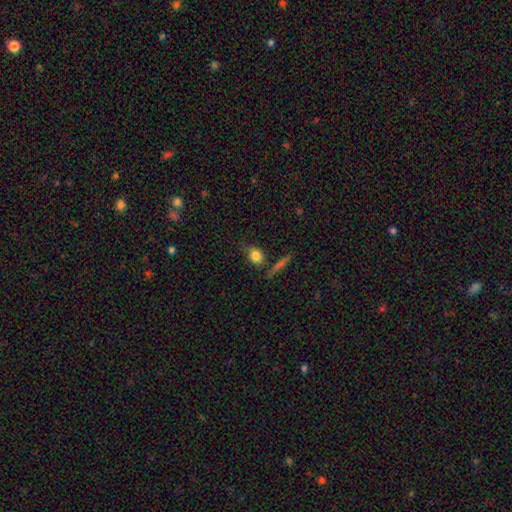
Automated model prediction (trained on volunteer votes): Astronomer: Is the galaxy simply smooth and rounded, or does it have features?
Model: smooth — 80%.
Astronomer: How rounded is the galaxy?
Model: round — 56% (runner-up: in between, 38%).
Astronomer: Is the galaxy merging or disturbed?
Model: none — 71%.